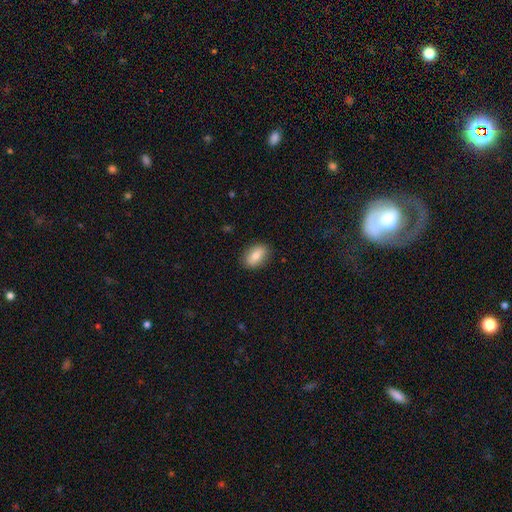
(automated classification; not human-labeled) A smooth galaxy with no disk features (80%) that is in between round and cigar-shaped (89%).

Vote fractions:
- Smooth or featured? smooth: 80% / featured or disk: 13% / star or artifact: 7%
- How rounded? in between: 89% / round: 9% / cigar-shaped: 3%
- Merging? none: 86% / minor disturbance: 10% / major disturbance: 3% / merger: 1%